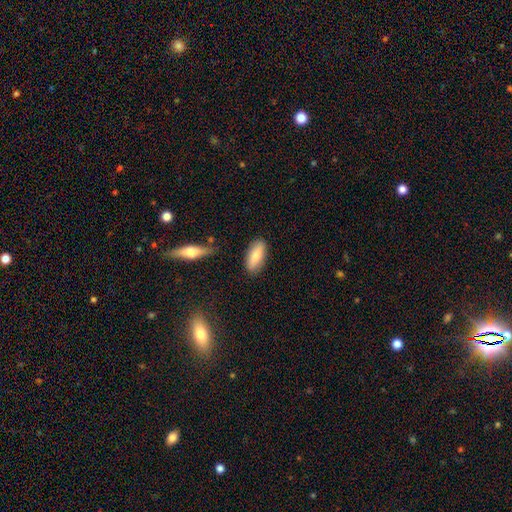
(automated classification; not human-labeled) Smooth or featured? smooth (76%)
How rounded? in between (75%)
Merging? none (83%)